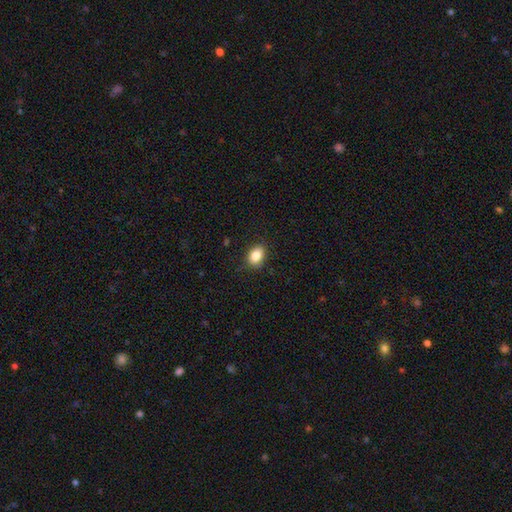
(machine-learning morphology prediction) smooth 86%, star or artifact 9%, featured or disk 5%. Down the decision tree: how rounded — in between (75%); merging — none (83%).